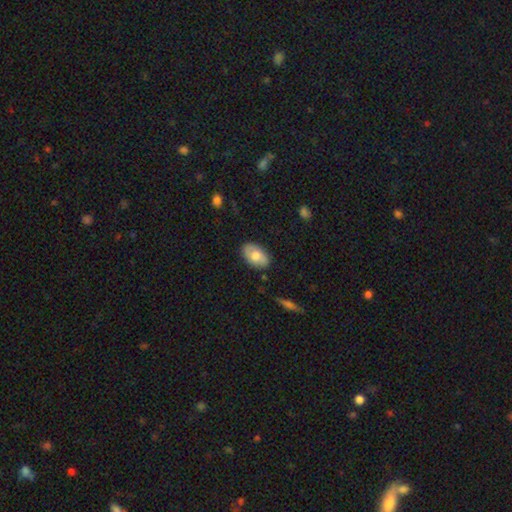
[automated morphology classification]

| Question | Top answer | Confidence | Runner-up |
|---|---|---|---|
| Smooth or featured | smooth | 71% | featured or disk (23%) |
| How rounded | in between | 92% | round (7%) |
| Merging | none | 82% | minor disturbance (14%) |